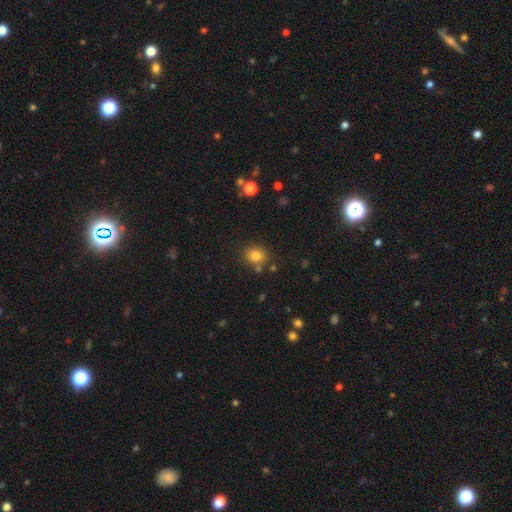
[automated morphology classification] This appears to be a smooth galaxy with no disk features (81%) that is round (65%). Merging: none (78%).